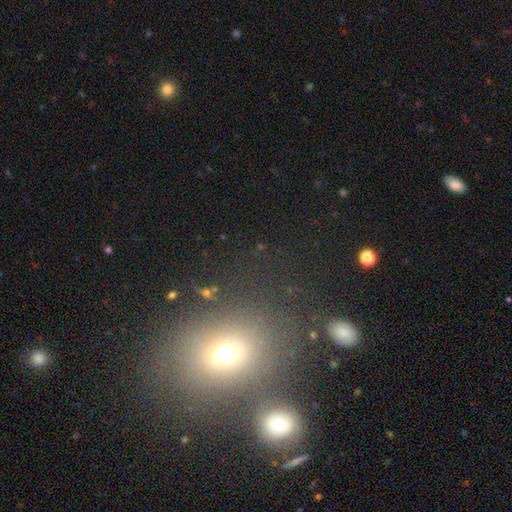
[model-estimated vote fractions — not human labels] smooth-or-featured: smooth: 52% | star or artifact: 33% | featured or disk: 16%
  how-rounded: in between: 53% | round: 44% | cigar-shaped: 3%
  merging: none: 70% | minor disturbance: 12% | merger: 11% | major disturbance: 7%